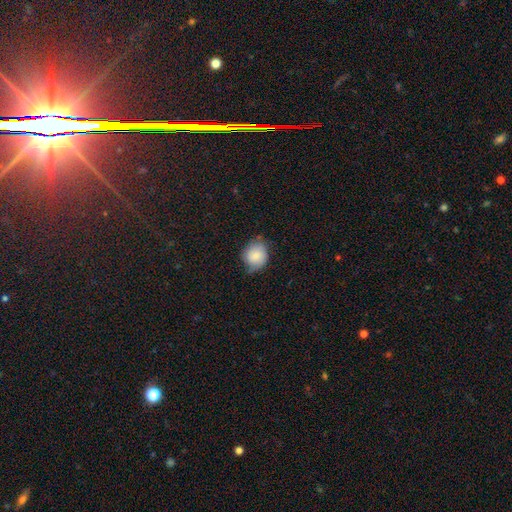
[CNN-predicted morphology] This is likely a smooth galaxy (75%). How rounded: likely round (65%). Merging: possibly none (59%).